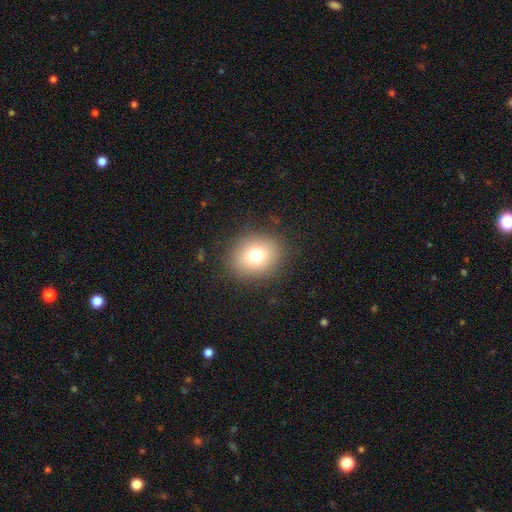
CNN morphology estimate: type=smooth (76%); roundness=round (70%); merging=none (87%).